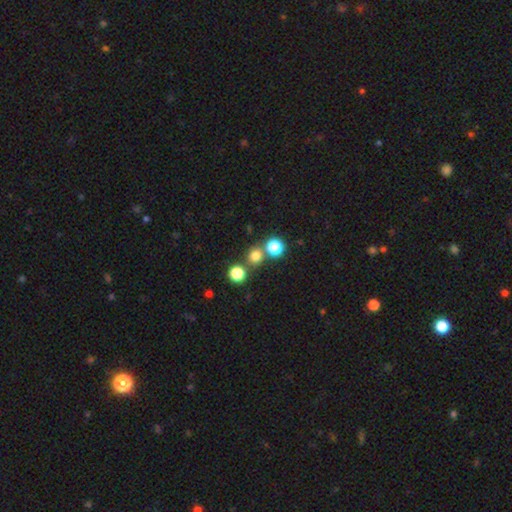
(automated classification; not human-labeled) Smooth or featured?
  - smooth: 73% *
  - star or artifact: 21%
  - featured or disk: 6%
How rounded?
  - round: 88% *
  - in between: 11%
  - cigar-shaped: 1%
Merging?
  - none: 71% *
  - merger: 19%
  - minor disturbance: 7%
  - major disturbance: 3%